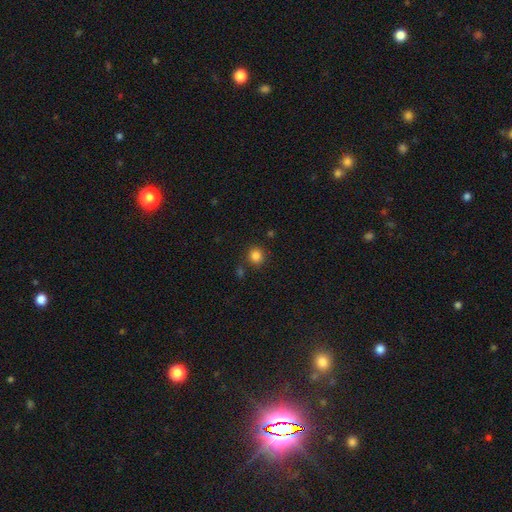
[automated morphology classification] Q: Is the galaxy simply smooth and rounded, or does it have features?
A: smooth — 84%.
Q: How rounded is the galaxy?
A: round — 86%.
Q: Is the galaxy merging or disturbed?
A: none — 82%.